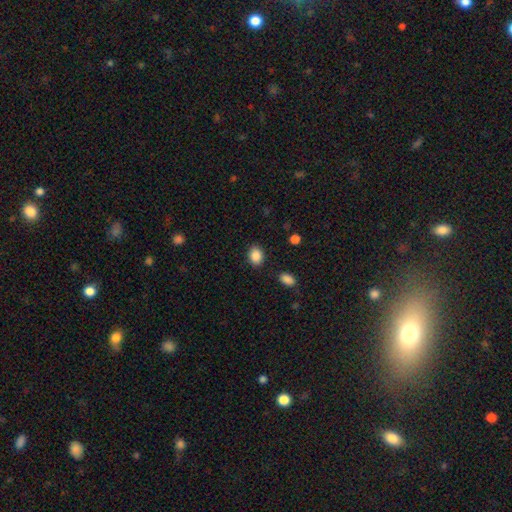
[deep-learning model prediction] smooth 88%, star or artifact 9%, featured or disk 4%. Down the decision tree: how rounded — in between (60%); merging — none (85%).